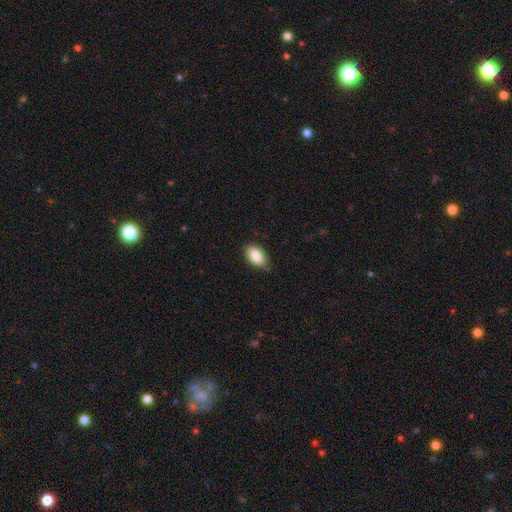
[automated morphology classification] Smooth or featured? smooth (87%)
How rounded? in between (92%)
Merging? none (80%)